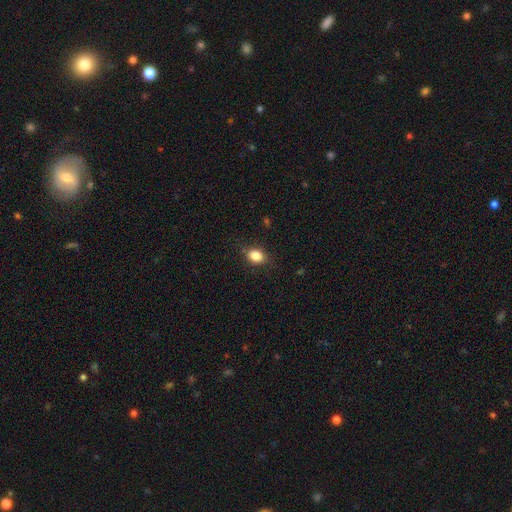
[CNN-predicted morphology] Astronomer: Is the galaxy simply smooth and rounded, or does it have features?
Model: smooth — 84%.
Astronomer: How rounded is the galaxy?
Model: in between — 67%.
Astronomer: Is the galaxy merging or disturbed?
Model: none — 80%.